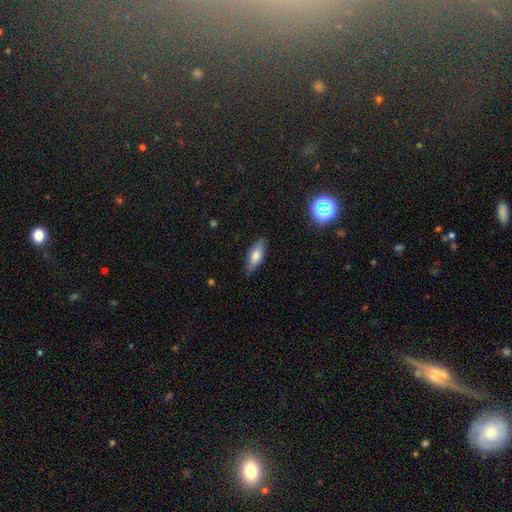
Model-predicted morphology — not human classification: Smooth or featured: smooth — 71% (featured or disk — 22%)
How rounded: in between — 71% (cigar-shaped — 27%)
Merging: none — 79% (minor disturbance — 17%)